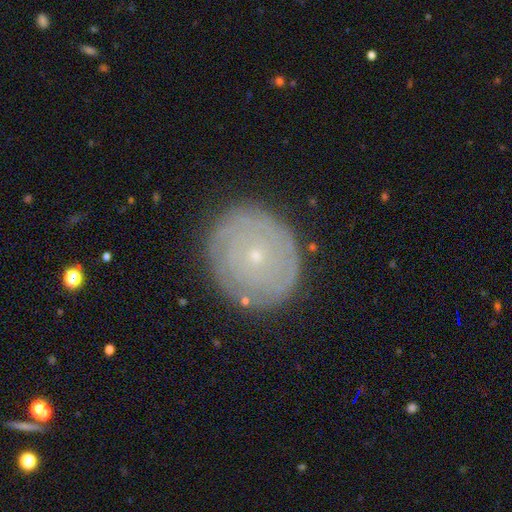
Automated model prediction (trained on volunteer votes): This is likely a featured or disk galaxy (65%). It is clearly not viewed edge-on (97%). Bar: clearly no (89%). Spiral arm pattern: likely yes (74%). Central bulge: clearly small (87%). Merging: clearly none (84%).